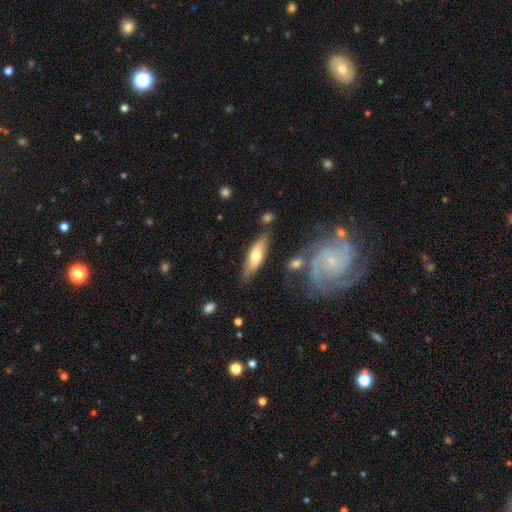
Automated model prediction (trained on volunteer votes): This is likely a smooth galaxy (62%). How rounded: possibly in between (51%). Merging: likely none (74%).